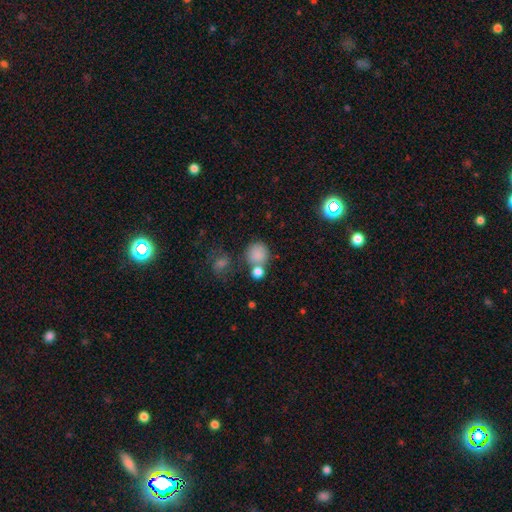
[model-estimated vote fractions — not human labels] This appears to be a smooth galaxy with no disk features (83%) that is round (84%). Merging: none (56%).